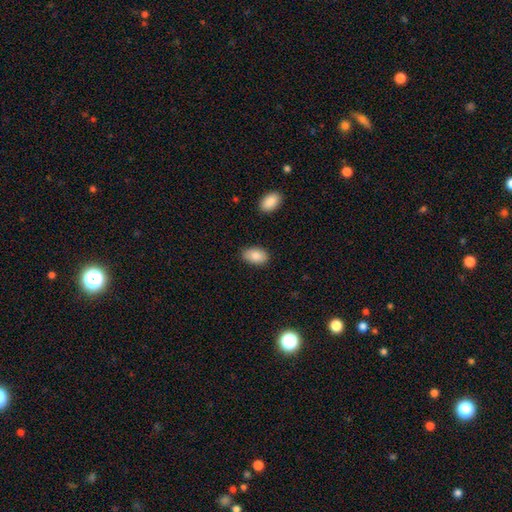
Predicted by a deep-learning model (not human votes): The model was most divided on "merging": none: 86%, minor disturbance: 11%, major disturbance: 2%, merger: 2%. More confident: how rounded — in between (91%); smooth or featured — smooth (86%).